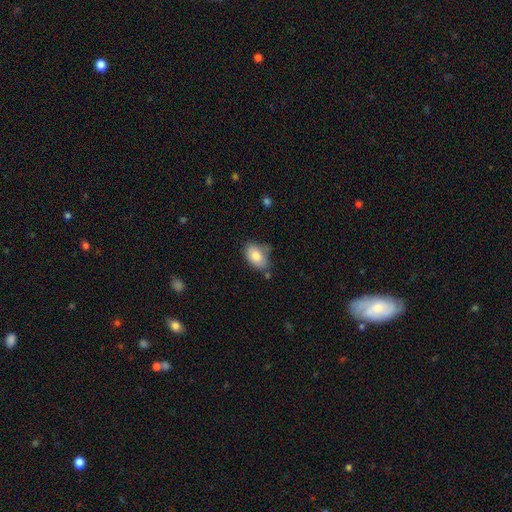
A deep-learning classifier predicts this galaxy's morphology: The model was most divided on "merging": none: 60%, minor disturbance: 28%, merger: 6%, major disturbance: 6%. More confident: how rounded — in between (90%); smooth or featured — smooth (83%).